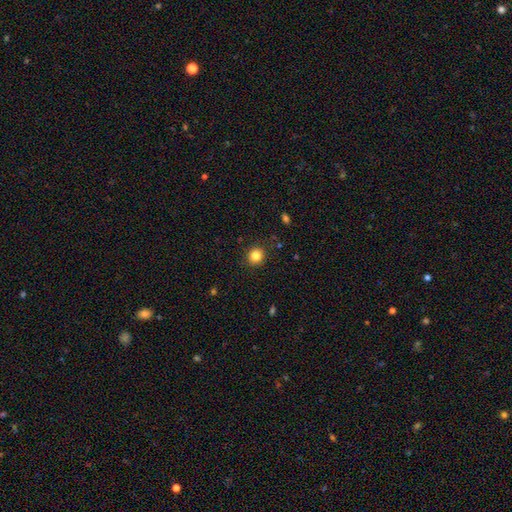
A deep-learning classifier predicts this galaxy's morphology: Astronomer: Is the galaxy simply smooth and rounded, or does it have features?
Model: smooth — 83%.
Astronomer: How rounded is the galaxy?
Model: round — 89%.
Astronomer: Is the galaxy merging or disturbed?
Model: none — 90%.